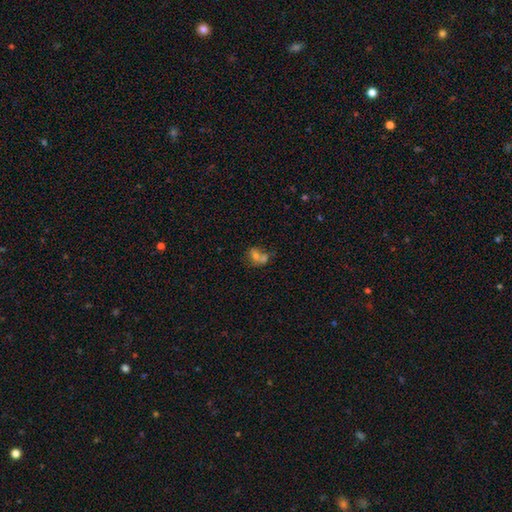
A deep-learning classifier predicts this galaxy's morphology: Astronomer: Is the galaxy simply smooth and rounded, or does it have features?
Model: smooth — 62%.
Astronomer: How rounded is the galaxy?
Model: in between — 58% (runner-up: round, 40%).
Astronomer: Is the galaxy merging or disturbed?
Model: merger — 58%.